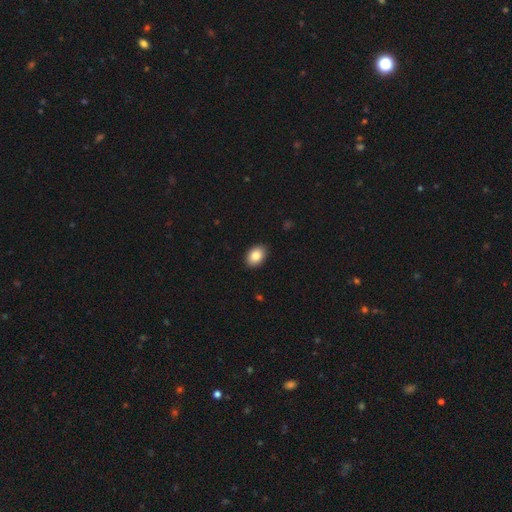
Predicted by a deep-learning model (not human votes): This appears to be a smooth galaxy with no disk features (85%) that is in between round and cigar-shaped (82%). Merging: none (90%).